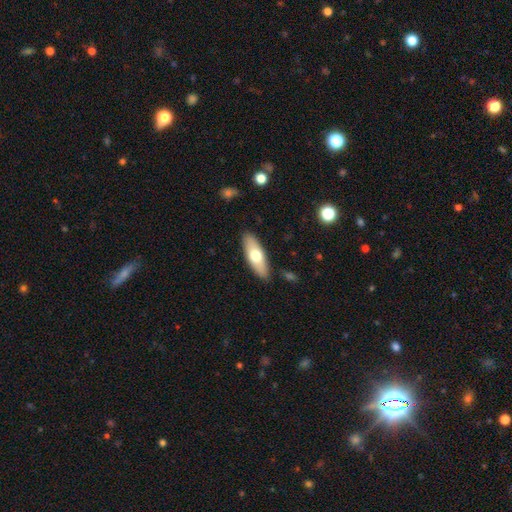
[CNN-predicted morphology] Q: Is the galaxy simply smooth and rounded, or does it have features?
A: smooth — 64%.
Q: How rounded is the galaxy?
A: in between — 65%.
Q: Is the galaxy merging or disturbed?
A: none — 88%.